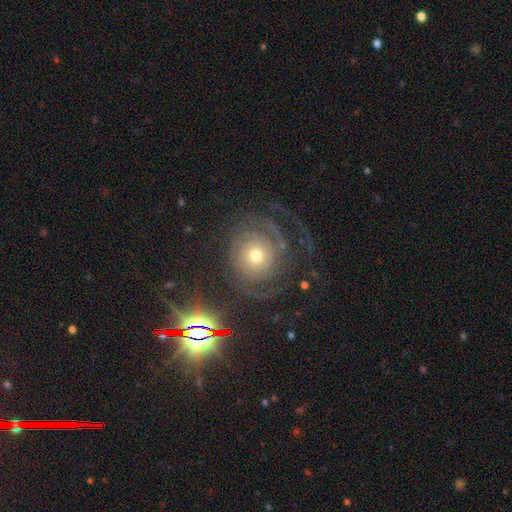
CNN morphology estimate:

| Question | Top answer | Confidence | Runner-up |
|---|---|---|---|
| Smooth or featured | featured or disk | 83% | smooth (9%) |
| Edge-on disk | no | 97% | yes (3%) |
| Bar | no | 80% | weak (16%) |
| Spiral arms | yes | 95% | no (5%) |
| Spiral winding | tight | 68% | medium (23%) |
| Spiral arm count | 2 | 39% | can't tell (21%) |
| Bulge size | moderate | 60% | small (30%) |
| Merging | none | 71% | major disturbance (15%) |